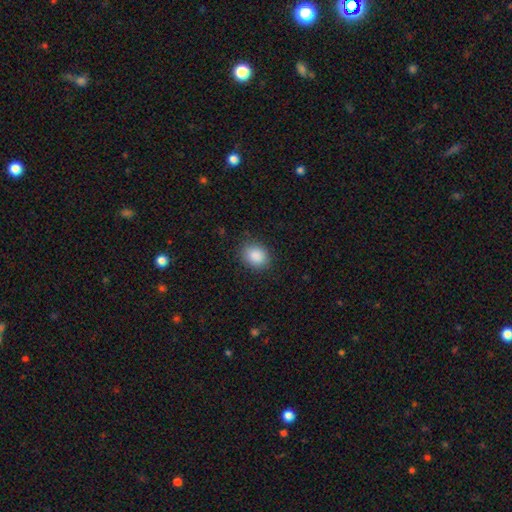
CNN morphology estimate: Smooth or featured?
  - smooth: 89% *
  - star or artifact: 8%
  - featured or disk: 4%
How rounded?
  - in between: 61% *
  - round: 38%
  - cigar-shaped: 1%
Merging?
  - none: 84% *
  - minor disturbance: 11%
  - major disturbance: 3%
  - merger: 1%